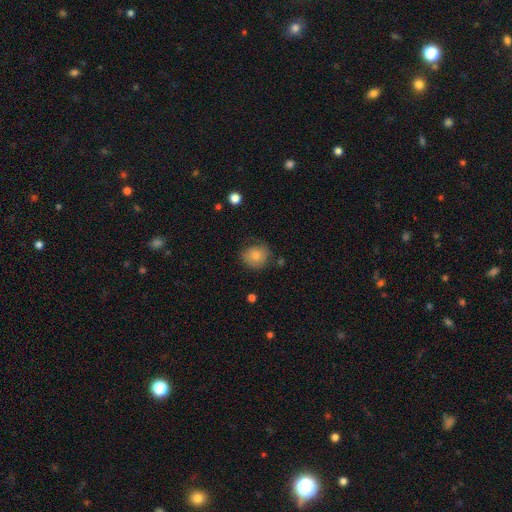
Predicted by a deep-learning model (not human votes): This is likely a smooth galaxy (73%). How rounded: likely round (78%). Merging: likely none (69%).